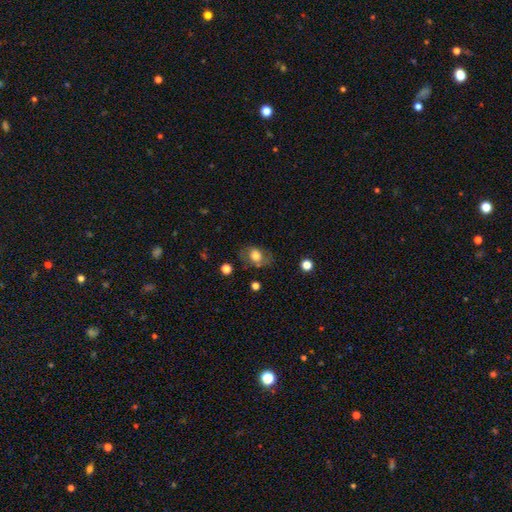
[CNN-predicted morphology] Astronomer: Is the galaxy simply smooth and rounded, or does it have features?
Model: smooth — 70%.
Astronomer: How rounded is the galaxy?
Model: in between — 66%.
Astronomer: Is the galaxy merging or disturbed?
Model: none — 65%.